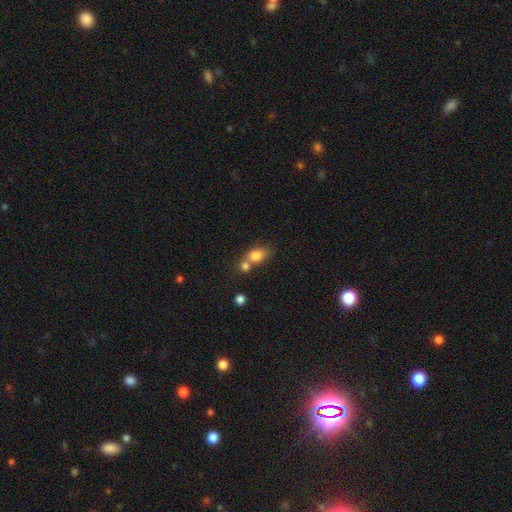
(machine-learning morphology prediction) This is likely a smooth galaxy (78%). How rounded: likely in between (66%). Merging: possibly merger (52%).